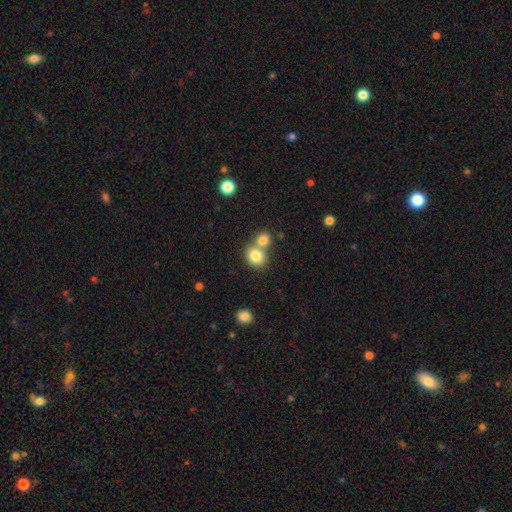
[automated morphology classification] Smooth or featured?
  - smooth: 81% *
  - star or artifact: 10%
  - featured or disk: 9%
How rounded?
  - round: 69% *
  - in between: 30%
  - cigar-shaped: 1%
Merging?
  - merger: 48% *
  - none: 43%
  - minor disturbance: 7%
  - major disturbance: 3%